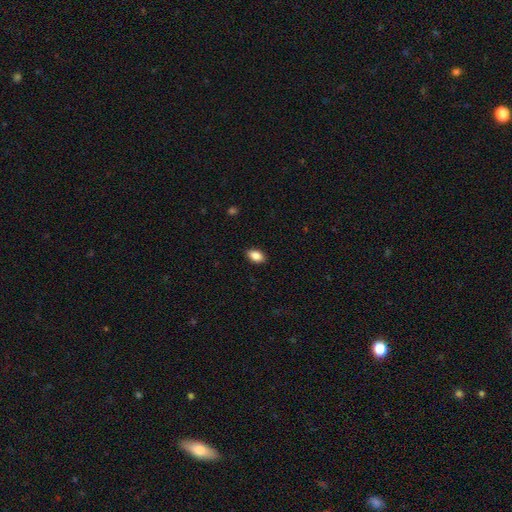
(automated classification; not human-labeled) Smooth or featured? Predicted: smooth (p=0.87). How rounded? Predicted: in between (p=0.90). Merging? Predicted: none (p=0.89).